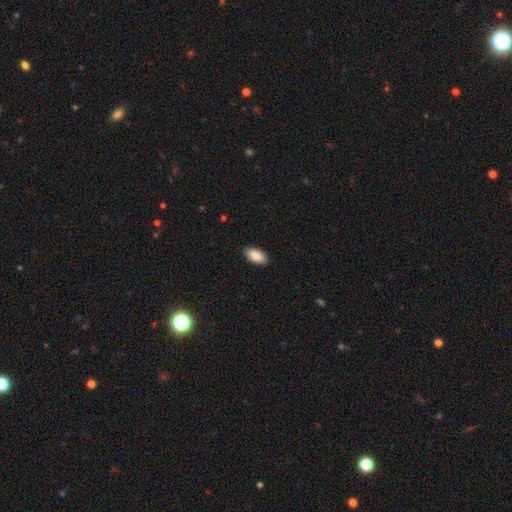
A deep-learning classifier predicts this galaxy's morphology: smooth_or_featured: smooth (p=0.89) [alt: star or artifact p=0.06]
how_rounded: in between (p=0.94) [alt: cigar-shaped p=0.04]
merging: none (p=0.89) [alt: minor disturbance p=0.08]